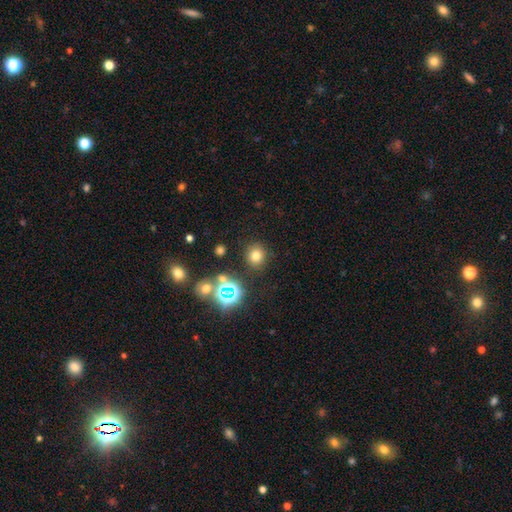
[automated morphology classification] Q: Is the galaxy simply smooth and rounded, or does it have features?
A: smooth — 70%.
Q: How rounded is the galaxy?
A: round — 86%.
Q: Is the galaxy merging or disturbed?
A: none — 85%.